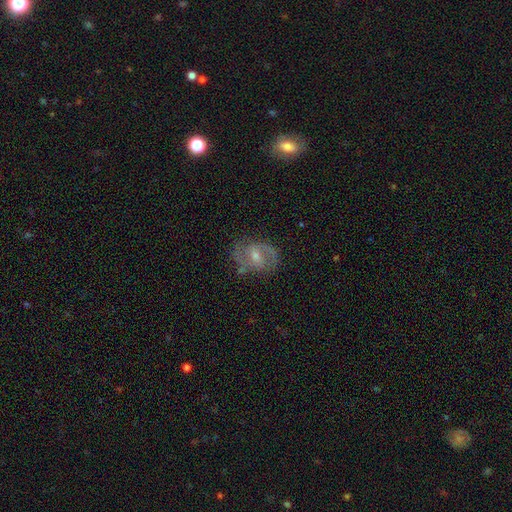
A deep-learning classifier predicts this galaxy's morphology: Q: Smooth or featured?
A: featured or disk (81%); runner-up: smooth (11%)
Q: Edge-on disk?
A: no (97%); runner-up: yes (3%)
Q: Bar?
A: weak (53%); runner-up: no (27%)
Q: Spiral arms?
A: yes (93%); runner-up: no (7%)
Q: Spiral winding?
A: medium (56%); runner-up: tight (24%)
Q: Spiral arm count?
A: 2 (87%); runner-up: can't tell (6%)
Q: Bulge size?
A: small (50%); runner-up: moderate (44%)
Q: Merging?
A: none (77%); runner-up: minor disturbance (15%)